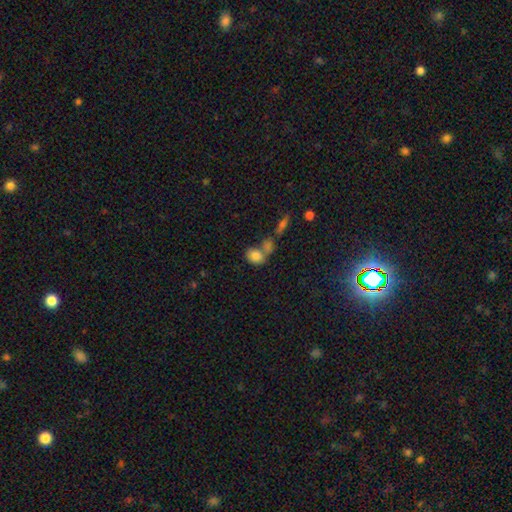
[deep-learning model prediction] smooth 81%, featured or disk 10%, star or artifact 9%. Down the decision tree: how rounded — in between (61%); merging — none (43%).